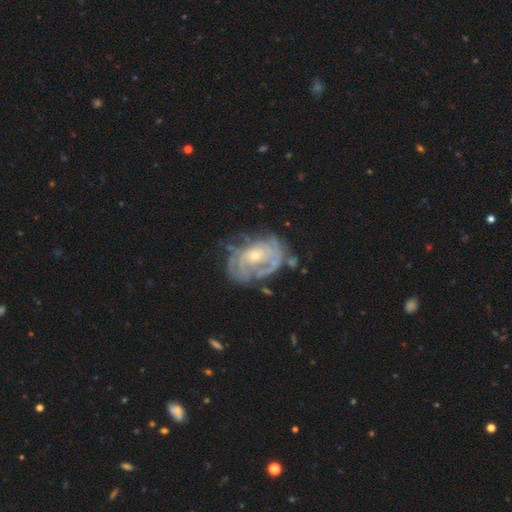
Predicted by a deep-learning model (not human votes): Smooth or featured: featured or disk — 81% (smooth — 13%)
Edge-on disk: no — 97% (yes — 3%)
Bar: no — 75% (weak — 21%)
Spiral arms: yes — 80% (no — 20%)
Spiral winding: tight — 64% (medium — 26%)
Spiral arm count: can't tell — 53% (2 — 17%)
Bulge size: small — 58% (moderate — 37%)
Merging: none — 55% (minor disturbance — 24%)